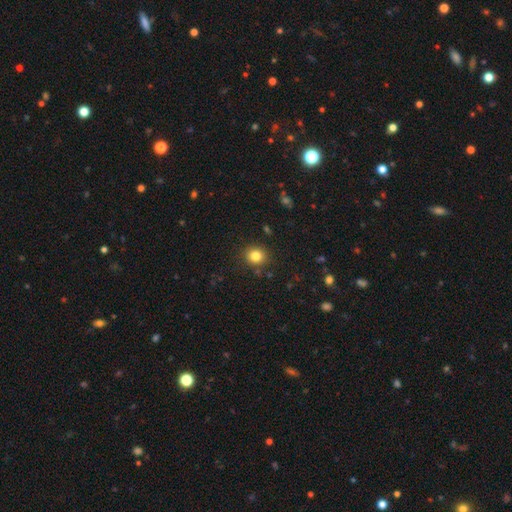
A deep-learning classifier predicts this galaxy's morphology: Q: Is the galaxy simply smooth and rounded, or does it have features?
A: smooth — 82%.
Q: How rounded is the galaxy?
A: round — 82%.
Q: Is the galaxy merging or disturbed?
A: none — 88%.